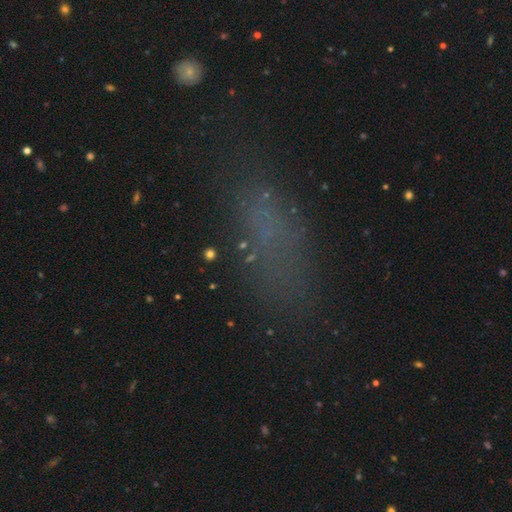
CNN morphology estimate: The model was most divided on "smooth or featured": smooth: 53%, star or artifact: 28%, featured or disk: 19%. More confident: how rounded — in between (69%); merging — none (63%).